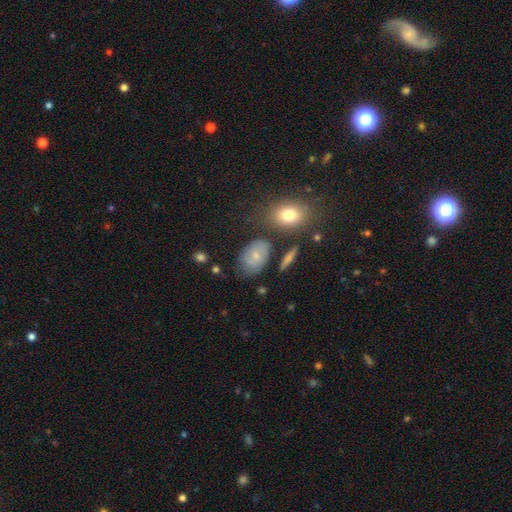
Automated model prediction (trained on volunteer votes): smooth 60%, featured or disk 28%, star or artifact 12%. Down the decision tree: how rounded — in between (80%); merging — none (62%).